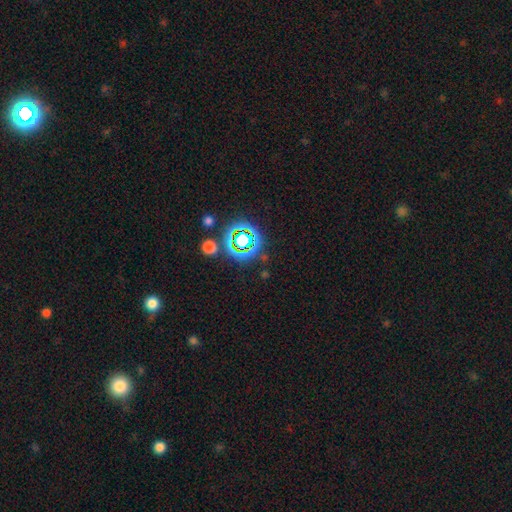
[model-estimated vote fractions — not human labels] This is likely a star or artifact rather than a galaxy (63%).